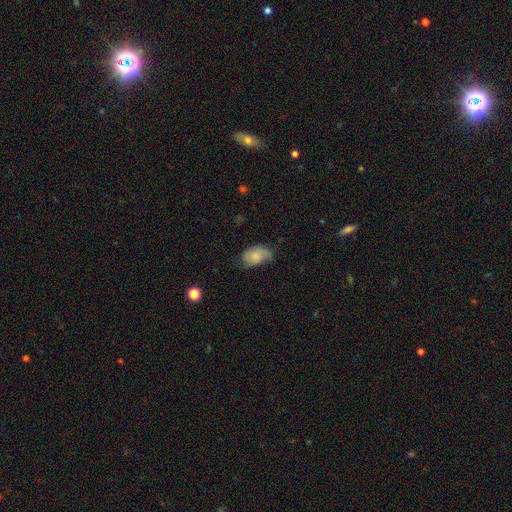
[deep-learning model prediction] The model was most divided on "merging": none: 49%, minor disturbance: 35%, major disturbance: 14%, merger: 2%. More confident: how rounded — in between (90%); smooth or featured — smooth (68%).